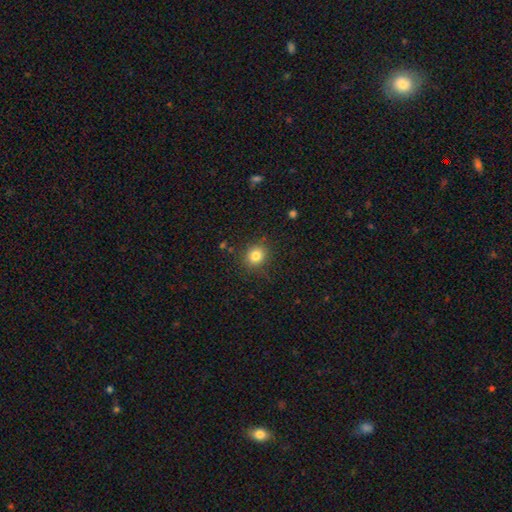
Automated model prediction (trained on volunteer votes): A smooth galaxy with no disk features (82%) that is round (78%). Merging: none (87%).